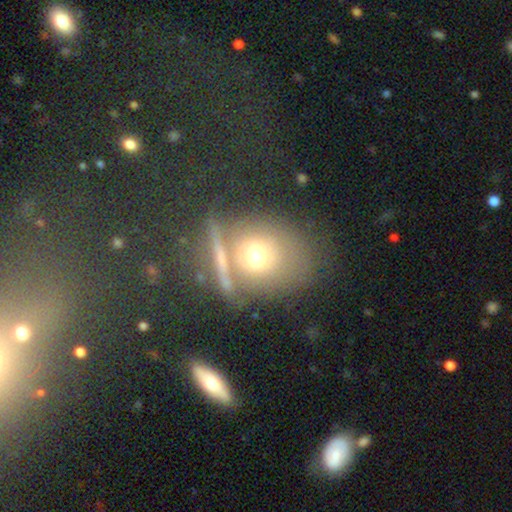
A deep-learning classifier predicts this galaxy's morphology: Smooth or featured?
  - smooth: 59% *
  - featured or disk: 26%
  - star or artifact: 15%
How rounded?
  - round: 68% *
  - in between: 29%
  - cigar-shaped: 2%
Merging?
  - none: 49% *
  - merger: 21%
  - minor disturbance: 17%
  - major disturbance: 13%